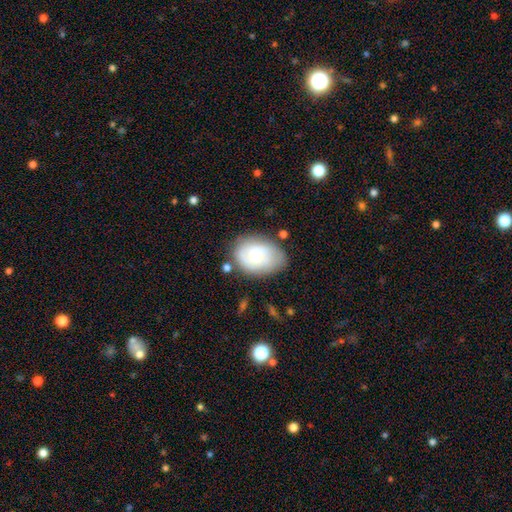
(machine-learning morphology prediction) A smooth galaxy with no disk features (51%) that is in between round and cigar-shaped (70%). Merging: none (66%).